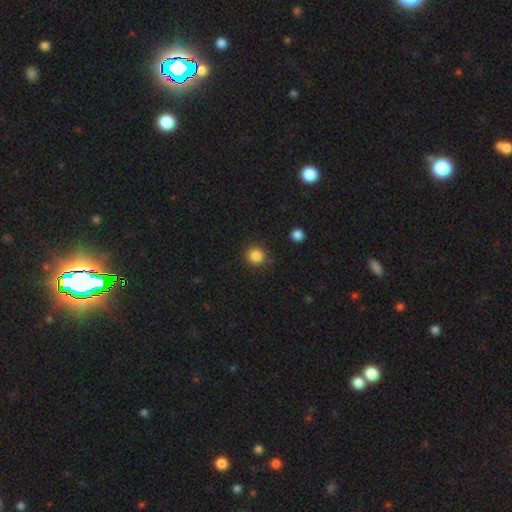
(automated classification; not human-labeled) Smooth or featured? smooth (85%)
How rounded? round (89%)
Merging? none (85%)